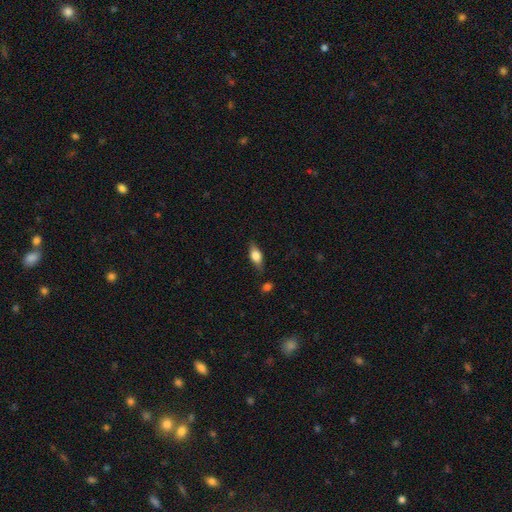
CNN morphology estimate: Smooth or featured? Predicted: smooth (p=0.68). How rounded? Predicted: in between (p=0.80). Merging? Predicted: none (p=0.76).